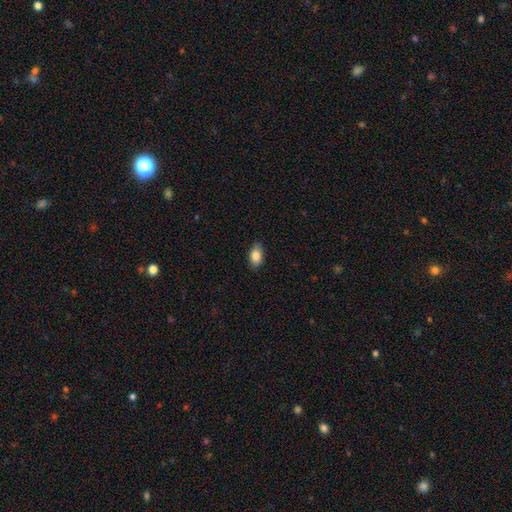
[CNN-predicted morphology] smooth-or-featured: smooth: 85% | star or artifact: 7% | featured or disk: 7%
  how-rounded: in between: 91% | round: 6% | cigar-shaped: 3%
  merging: none: 87% | minor disturbance: 10% | major disturbance: 2% | merger: 1%